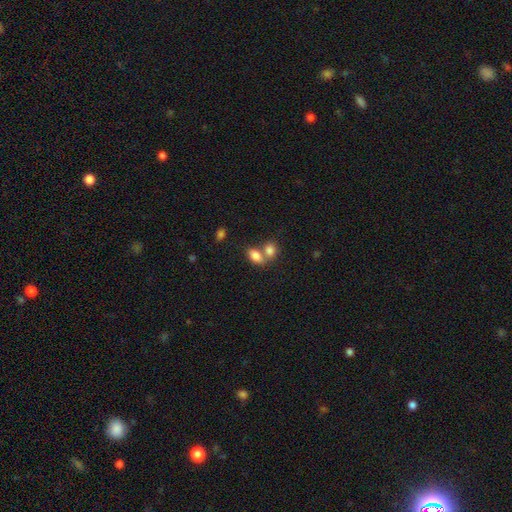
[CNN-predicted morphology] smooth-or-featured: smooth: 81% | featured or disk: 10% | star or artifact: 9%
  how-rounded: in between: 84% | round: 14% | cigar-shaped: 2%
  merging: merger: 54% | none: 34% | minor disturbance: 8% | major disturbance: 3%